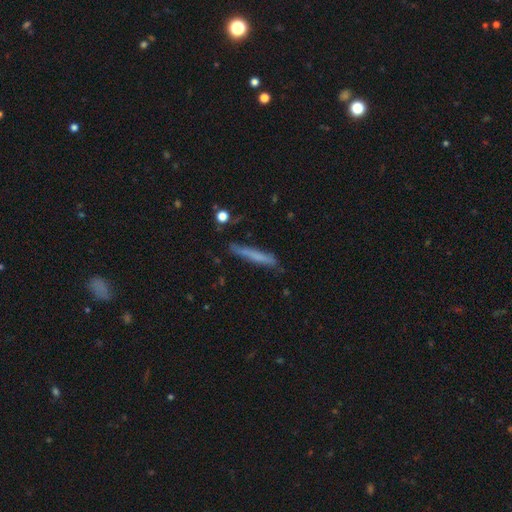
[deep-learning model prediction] A smooth galaxy with no disk features (60%) that is cigar-shaped (95%). Merging: none (77%).